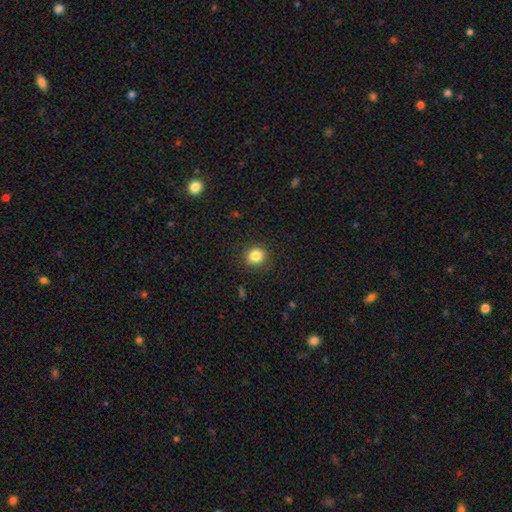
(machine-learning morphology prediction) smooth_or_featured: smooth (p=0.84) [alt: star or artifact p=0.11]
how_rounded: round (p=0.81) [alt: in between p=0.18]
merging: none (p=0.89) [alt: minor disturbance p=0.07]